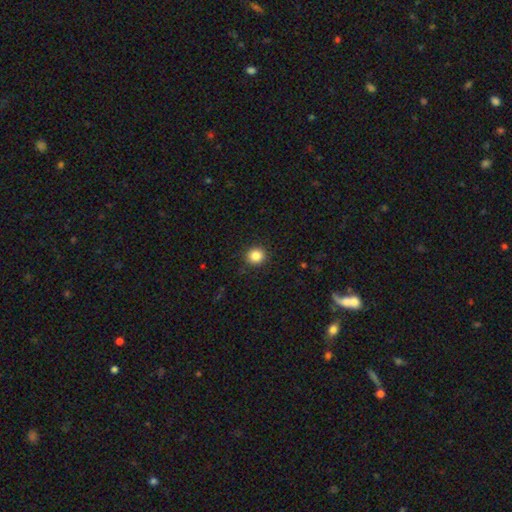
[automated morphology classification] smooth 85%, star or artifact 11%, featured or disk 4%. Down the decision tree: how rounded — round (89%); merging — none (91%).